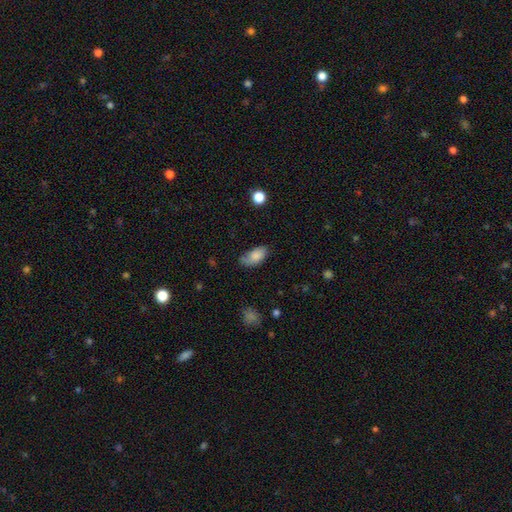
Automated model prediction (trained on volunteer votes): Overall: smooth (82%). How rounded: in between (92%). Merging: none (58%; minor disturbance 31%).